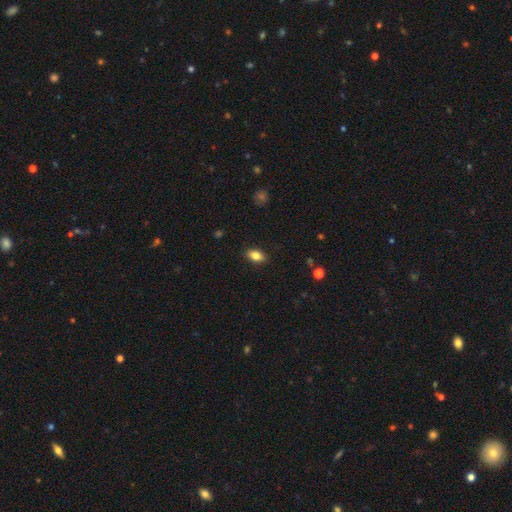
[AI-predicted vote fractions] Smooth or featured: smooth — 82% (featured or disk — 10%)
How rounded: in between — 88% (round — 7%)
Merging: none — 88% (minor disturbance — 9%)